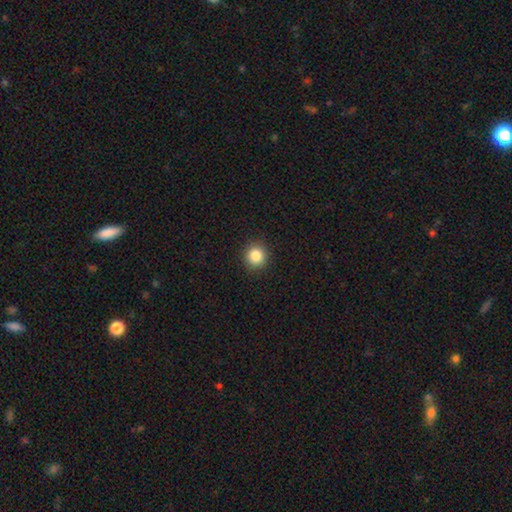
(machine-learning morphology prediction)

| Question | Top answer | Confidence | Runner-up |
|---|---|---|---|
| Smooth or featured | smooth | 85% | star or artifact (10%) |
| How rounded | round | 91% | in between (8%) |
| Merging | none | 91% | minor disturbance (6%) |